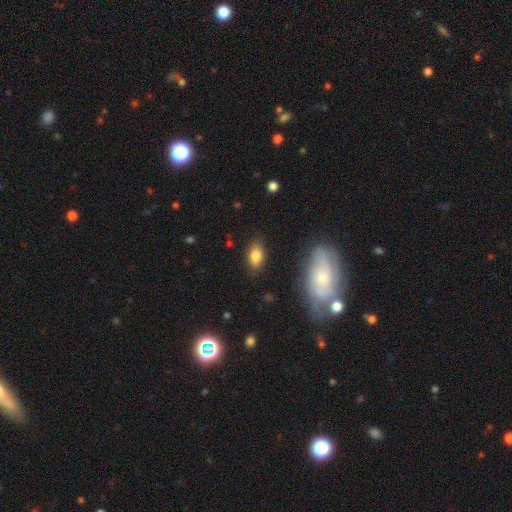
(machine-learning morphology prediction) This is clearly a smooth galaxy (82%). How rounded: clearly in between (89%). Merging: clearly none (83%).